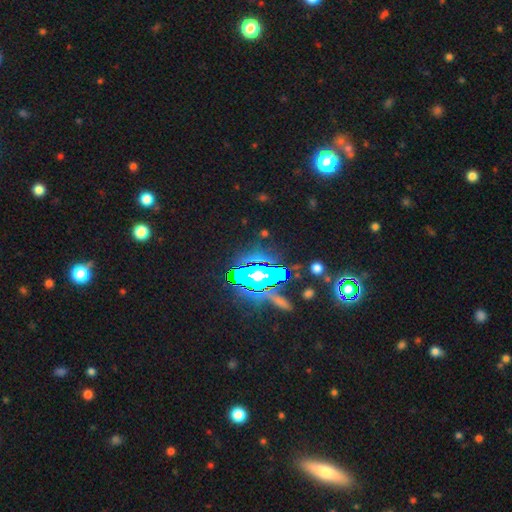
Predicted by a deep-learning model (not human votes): This is clearly a star or artifact rather than a galaxy (83%).